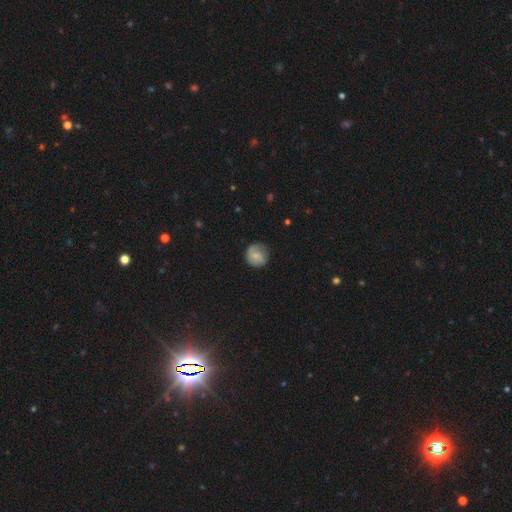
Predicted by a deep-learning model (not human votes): smooth-or-featured: smooth: 58% | featured or disk: 34% | star or artifact: 8%
  how-rounded: round: 88% | in between: 11% | cigar-shaped: 1%
  merging: none: 68% | minor disturbance: 23% | major disturbance: 7% | merger: 1%